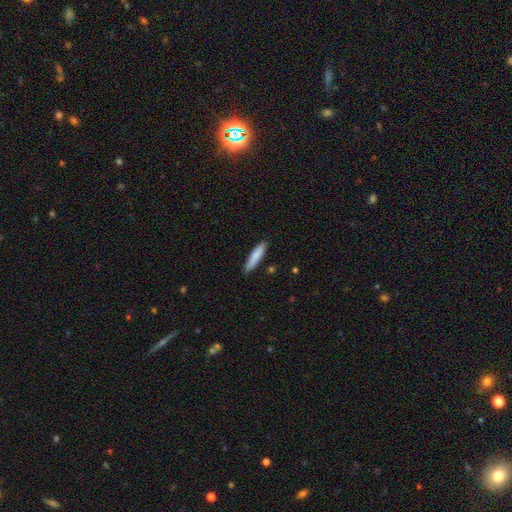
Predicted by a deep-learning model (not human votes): Smooth or featured: smooth — 84% (featured or disk — 11%)
How rounded: cigar-shaped — 83% (in between — 16%)
Merging: none — 88% (minor disturbance — 9%)